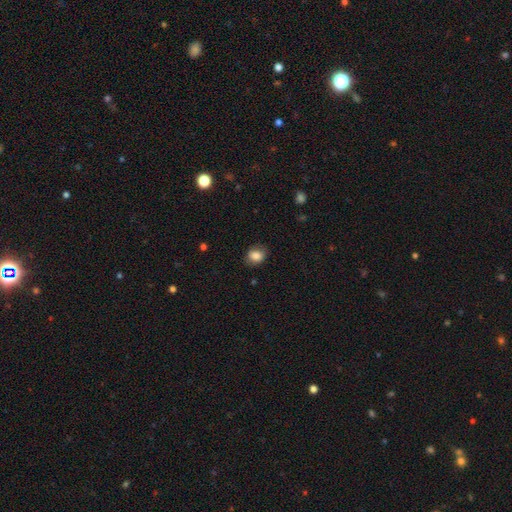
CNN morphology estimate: The model was most divided on "how rounded": in between: 50%, round: 49%, cigar-shaped: 1%. More confident: smooth or featured — smooth (81%); merging — none (78%).